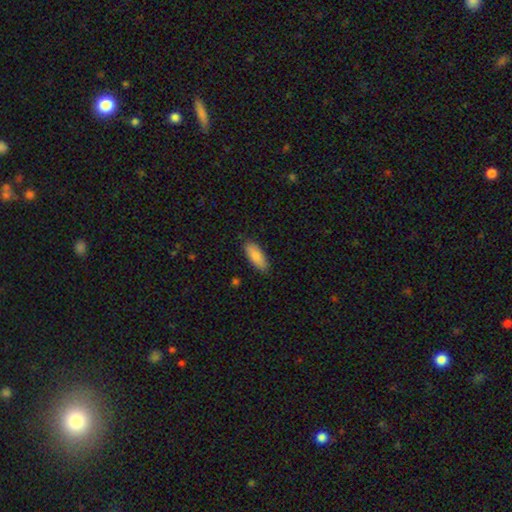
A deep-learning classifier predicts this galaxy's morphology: Overall: smooth (87%). How rounded: in between (77%). Merging: none (86%).